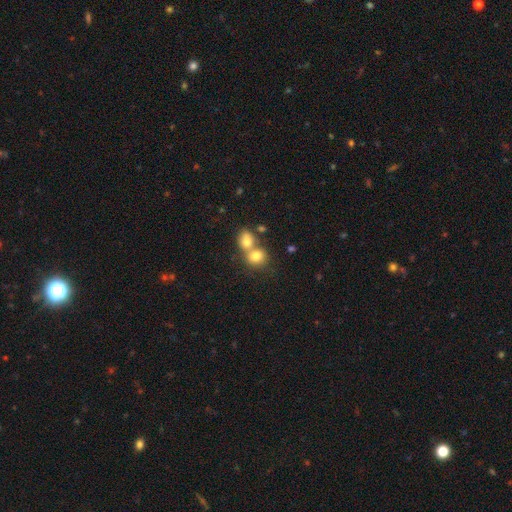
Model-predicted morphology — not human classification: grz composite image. It shows a smooth galaxy with no disk features (77%) that is round (71%). Merging: merger (57%).